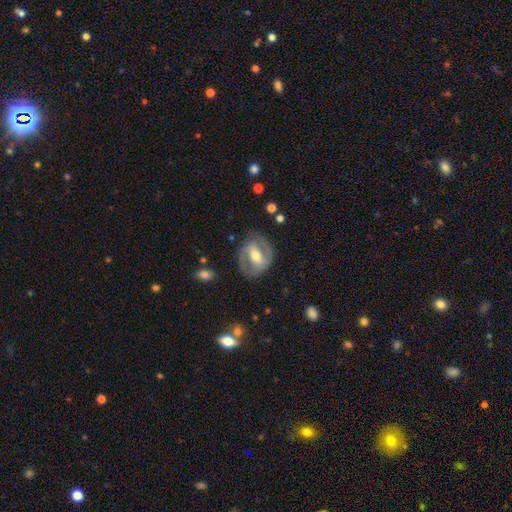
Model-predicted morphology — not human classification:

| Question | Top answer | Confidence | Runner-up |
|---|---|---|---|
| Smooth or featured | featured or disk | 72% | smooth (22%) |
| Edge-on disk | no | 95% | yes (5%) |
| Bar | strong | 49% | weak (34%) |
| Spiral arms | yes | 67% | no (33%) |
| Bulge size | moderate | 67% | small (24%) |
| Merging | none | 79% | minor disturbance (13%) |